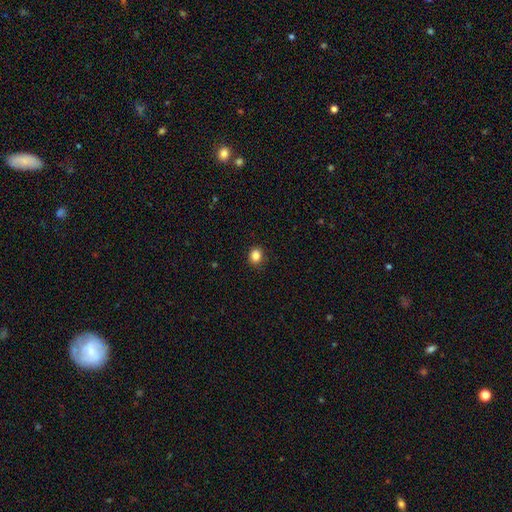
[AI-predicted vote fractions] Smooth or featured?
  - smooth: 86% *
  - star or artifact: 10%
  - featured or disk: 4%
How rounded?
  - round: 68% *
  - in between: 31%
  - cigar-shaped: 1%
Merging?
  - none: 90% *
  - minor disturbance: 7%
  - major disturbance: 2%
  - merger: 1%